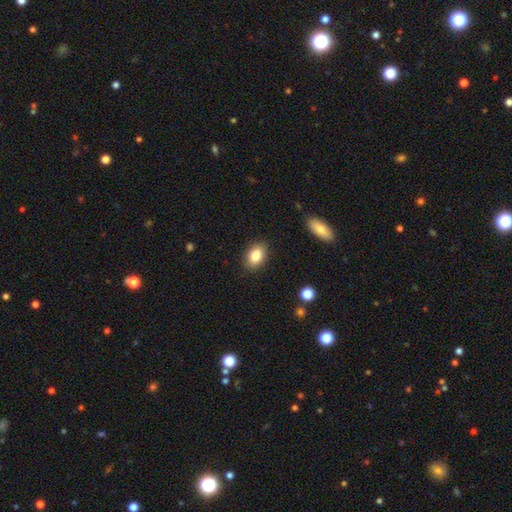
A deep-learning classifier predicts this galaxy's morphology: type=smooth (84%); roundness=in between (85%); merging=none (88%).